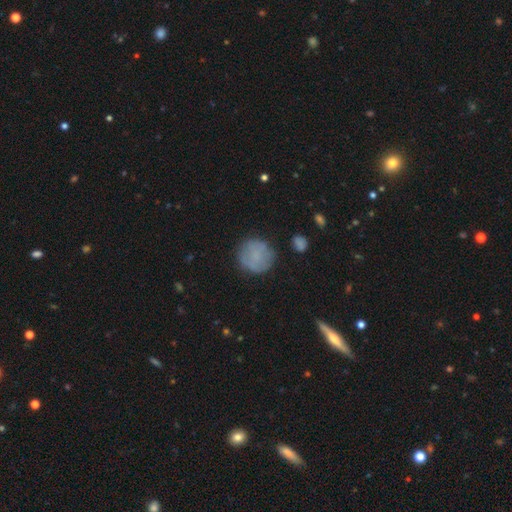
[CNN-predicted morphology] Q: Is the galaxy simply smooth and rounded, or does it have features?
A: smooth — 73%.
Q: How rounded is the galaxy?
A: round — 92%.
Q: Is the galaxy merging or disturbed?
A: none — 76%.